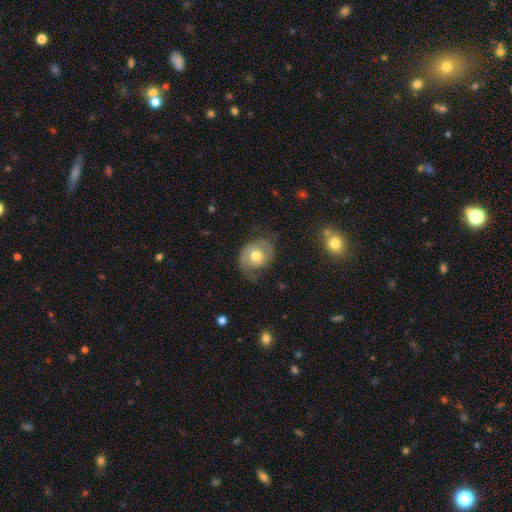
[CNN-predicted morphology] Smooth or featured: featured or disk — 64% (smooth — 29%)
Edge-on disk: no — 97% (yes — 3%)
Bar: no — 76% (weak — 20%)
Spiral arms: yes — 84% (no — 16%)
Spiral winding: medium — 41% (tight — 35%)
Spiral arm count: 2 — 71% (1 — 16%)
Bulge size: moderate — 73% (small — 15%)
Merging: none — 60% (minor disturbance — 24%)